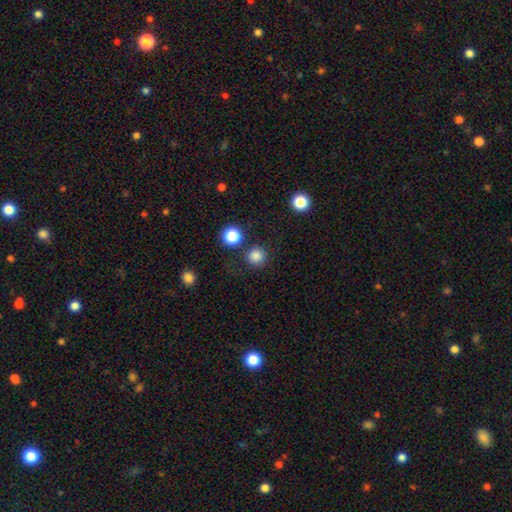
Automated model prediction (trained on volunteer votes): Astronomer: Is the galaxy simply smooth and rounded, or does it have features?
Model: smooth — 83%.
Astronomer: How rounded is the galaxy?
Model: round — 95%.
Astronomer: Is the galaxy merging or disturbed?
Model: none — 84%.